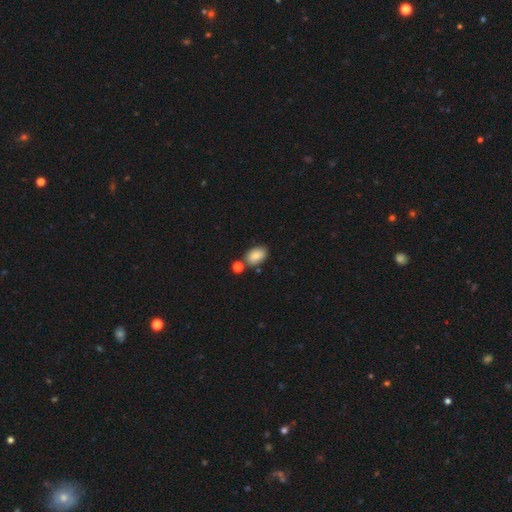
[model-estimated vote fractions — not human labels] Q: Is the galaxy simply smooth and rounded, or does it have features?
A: smooth — 83%.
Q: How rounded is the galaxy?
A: in between — 89%.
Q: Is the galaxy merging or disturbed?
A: none — 69%.